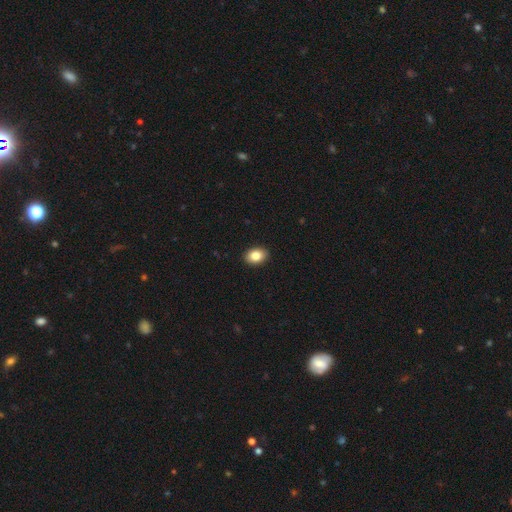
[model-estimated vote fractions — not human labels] Smooth or featured? smooth (85%)
How rounded? in between (77%)
Merging? none (91%)